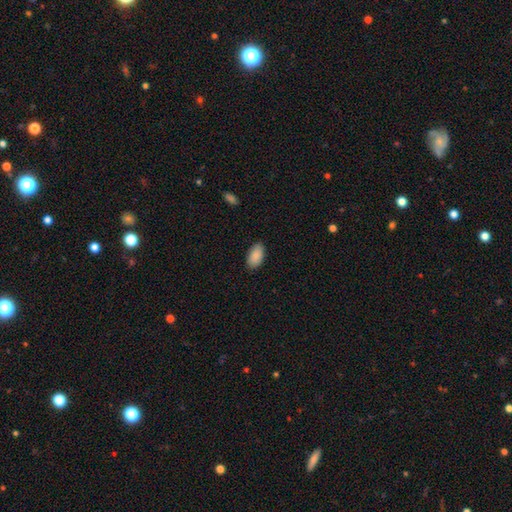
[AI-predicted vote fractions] Smooth or featured: smooth — 90% (star or artifact — 6%)
How rounded: in between — 95% (round — 3%)
Merging: none — 86% (minor disturbance — 11%)